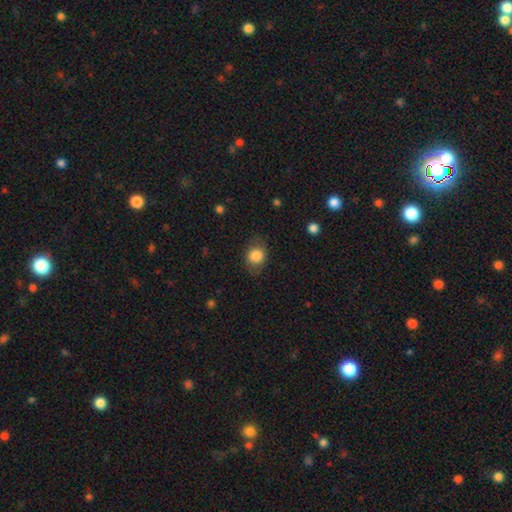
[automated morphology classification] This is clearly a smooth galaxy (82%). How rounded: possibly round (57%). Merging: likely none (75%).